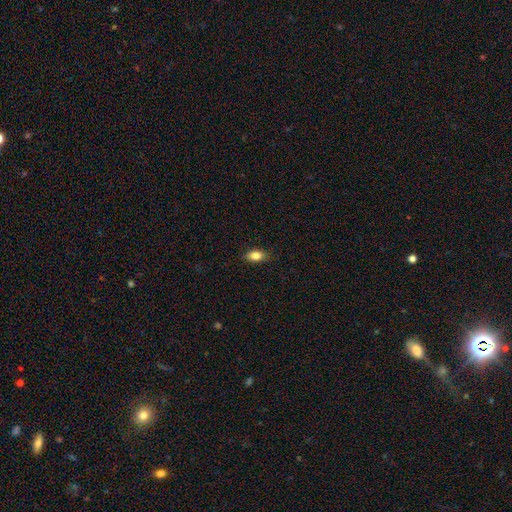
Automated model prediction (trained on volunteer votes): smooth-or-featured: smooth: 84% | star or artifact: 8% | featured or disk: 8%
  how-rounded: in between: 87% | round: 8% | cigar-shaped: 6%
  merging: none: 86% | minor disturbance: 11% | major disturbance: 2% | merger: 1%